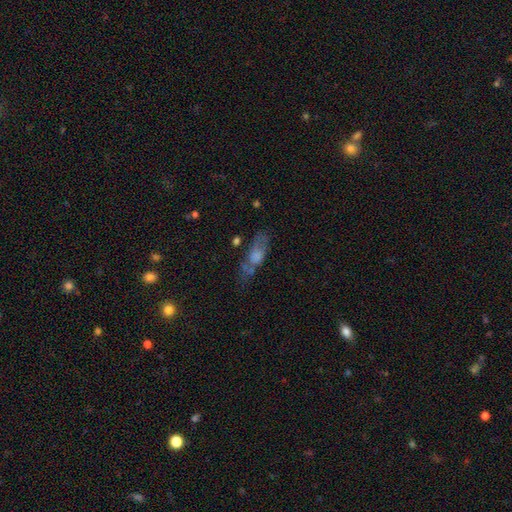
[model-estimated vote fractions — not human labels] This is marginally a featured or disk galaxy (44%). Merging: possibly none (58%).